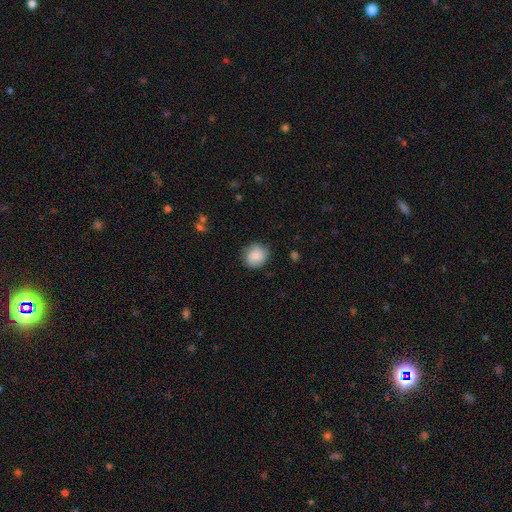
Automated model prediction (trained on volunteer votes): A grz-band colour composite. It shows a smooth galaxy with no disk features (80%) that is round (80%). Merging: none (77%).